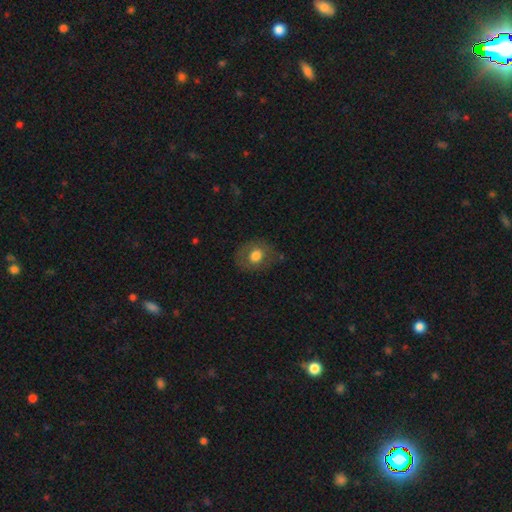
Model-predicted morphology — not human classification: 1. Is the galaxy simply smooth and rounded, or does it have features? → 67% smooth, 24% featured or disk, 9% star or artifact.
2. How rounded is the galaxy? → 61% round, 38% in between, 1% cigar-shaped.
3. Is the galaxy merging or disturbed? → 73% none, 18% minor disturbance, 8% major disturbance, 2% merger.